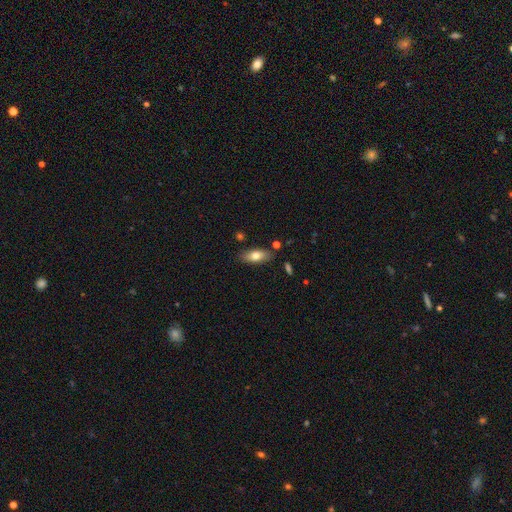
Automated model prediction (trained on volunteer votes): smooth 72%, featured or disk 21%, star or artifact 7%. Down the decision tree: how rounded — in between (77%); merging — none (83%).